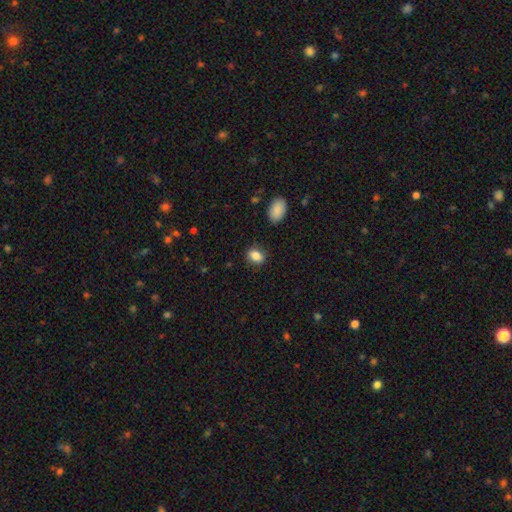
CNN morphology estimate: Smooth or featured? Predicted: smooth (p=0.85). How rounded? Predicted: in between (p=0.71). Merging? Predicted: none (p=0.83).